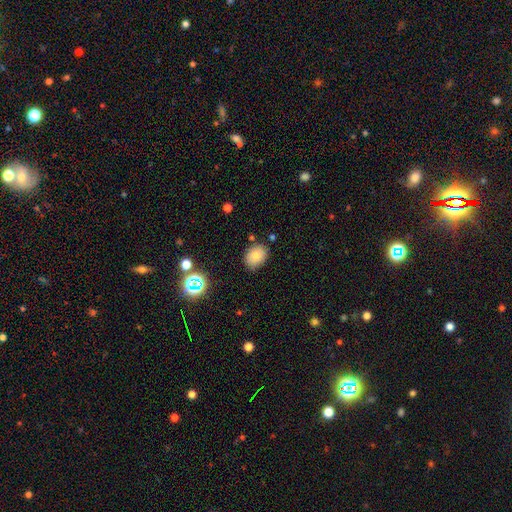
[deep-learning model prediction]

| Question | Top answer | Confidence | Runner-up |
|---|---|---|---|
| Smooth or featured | smooth | 82% | star or artifact (11%) |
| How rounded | in between | 65% | round (34%) |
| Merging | none | 78% | minor disturbance (15%) |